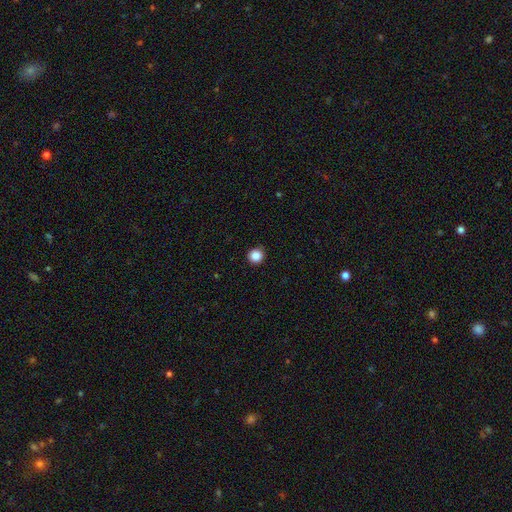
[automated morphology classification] Overall: smooth (87%). How rounded: round (95%). Merging: none (92%).